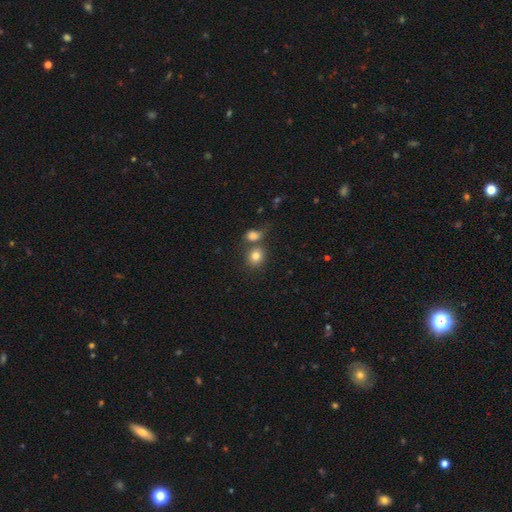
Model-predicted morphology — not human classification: A smooth galaxy with no disk features (81%) that is round (73%).

Vote fractions:
- Smooth or featured? smooth: 81% / star or artifact: 11% / featured or disk: 8%
- How rounded? round: 73% / in between: 26% / cigar-shaped: 1%
- Merging? none: 53% / merger: 33% / minor disturbance: 10% / major disturbance: 4%